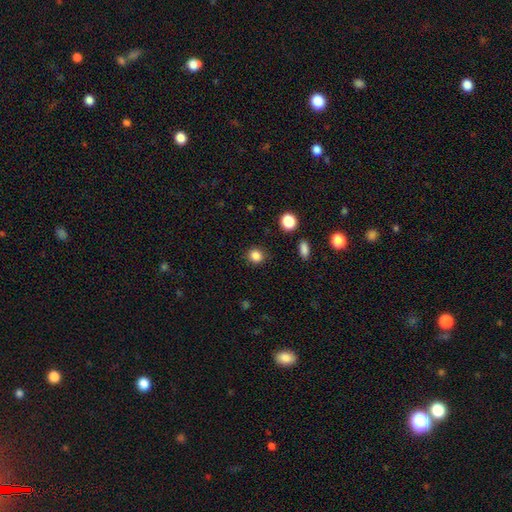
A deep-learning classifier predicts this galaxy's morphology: This is clearly a smooth galaxy (85%). How rounded: clearly round (85%). Merging: clearly none (89%).